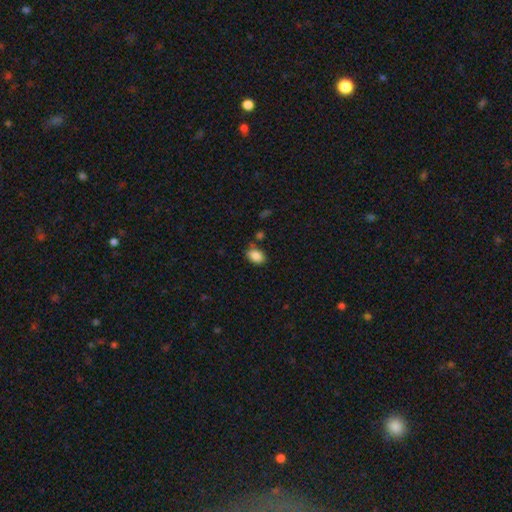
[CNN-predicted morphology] Smooth or featured?
  - smooth: 87% *
  - star or artifact: 8%
  - featured or disk: 5%
How rounded?
  - in between: 84% *
  - round: 15%
  - cigar-shaped: 1%
Merging?
  - none: 75% *
  - minor disturbance: 15%
  - merger: 6%
  - major disturbance: 4%